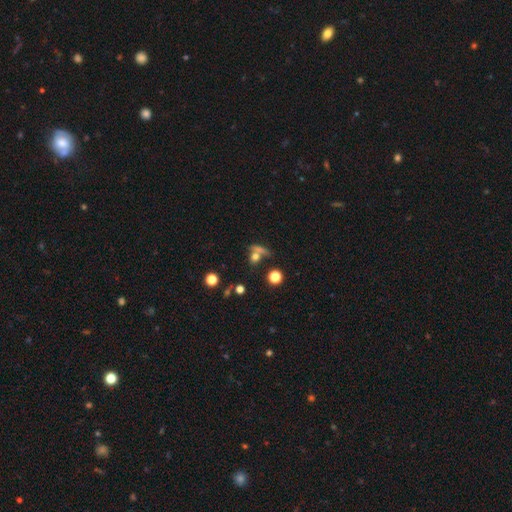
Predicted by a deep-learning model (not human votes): Smooth or featured?
  - smooth: 64% *
  - featured or disk: 18%
  - star or artifact: 17%
How rounded?
  - round: 55% *
  - in between: 29%
  - cigar-shaped: 17%
Merging?
  - none: 49% *
  - merger: 34%
  - minor disturbance: 10%
  - major disturbance: 7%